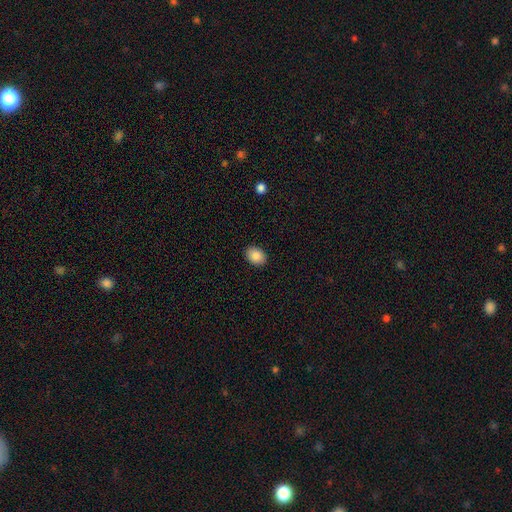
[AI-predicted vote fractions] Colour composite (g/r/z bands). It shows a smooth galaxy with no disk features (87%) that is in between round and cigar-shaped (72%). Merging: none (90%).